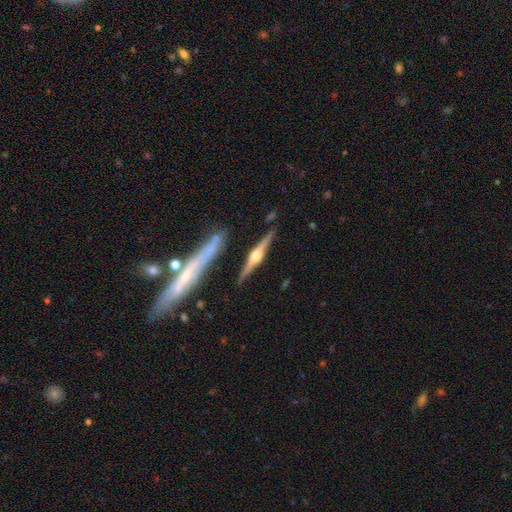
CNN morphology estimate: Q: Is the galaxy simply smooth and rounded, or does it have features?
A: featured or disk — 83%.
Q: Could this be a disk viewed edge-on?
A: yes — 98%.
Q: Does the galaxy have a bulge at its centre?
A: rounded — 93%.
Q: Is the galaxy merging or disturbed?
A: none — 87%.